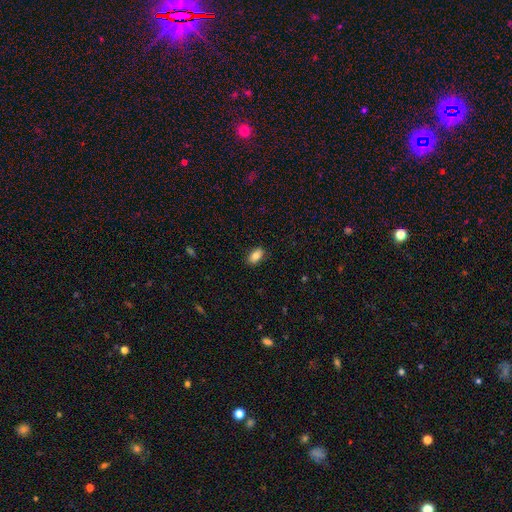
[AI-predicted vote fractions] Smooth or featured: smooth — 84% (featured or disk — 8%)
How rounded: in between — 91% (round — 6%)
Merging: none — 87% (minor disturbance — 9%)